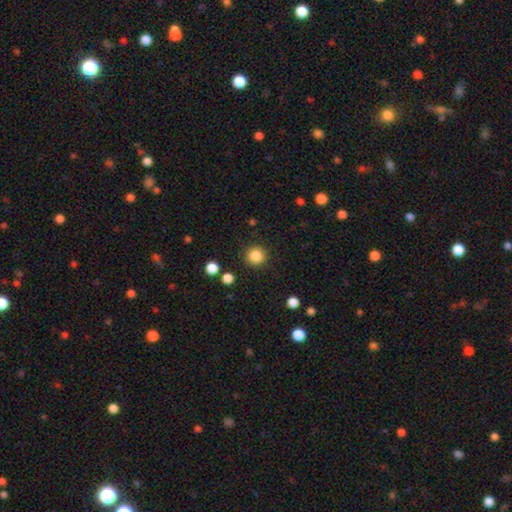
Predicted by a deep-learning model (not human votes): This is clearly a smooth galaxy (85%). How rounded: clearly round (93%). Merging: clearly none (90%).